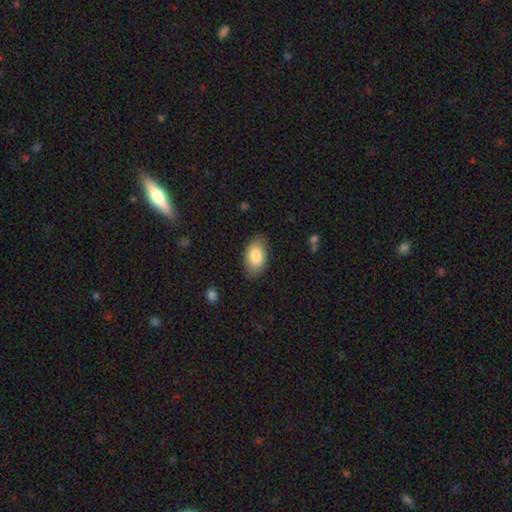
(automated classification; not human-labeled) A smooth galaxy with no disk features (84%) that is in between round and cigar-shaped (94%). Merging: none (81%).